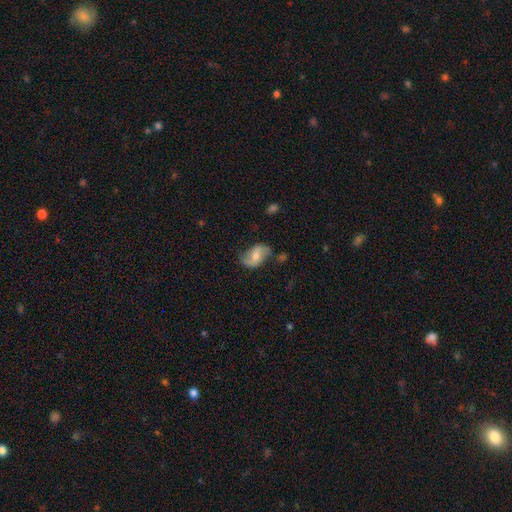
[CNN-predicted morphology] Overall: featured or disk (53%; smooth 39%). Edge-on disk: no (96%). Bar: no (43%; weak 41%). Spiral arms: yes (84%). Bulge size: moderate (54%; small 35%). Merging: none (62%; minor disturbance 24%).